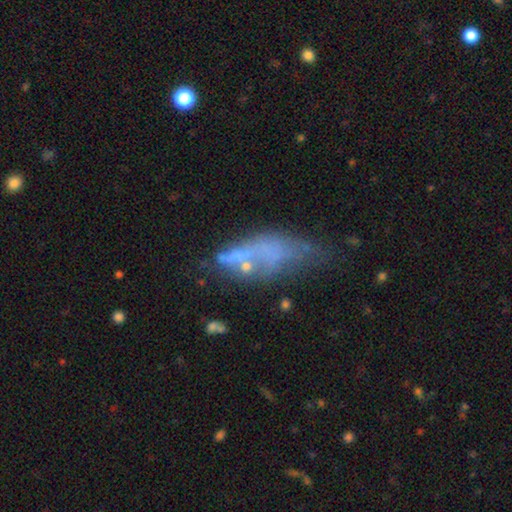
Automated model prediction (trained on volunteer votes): Morphology: type=featured or disk (43%); merging=none (36%).